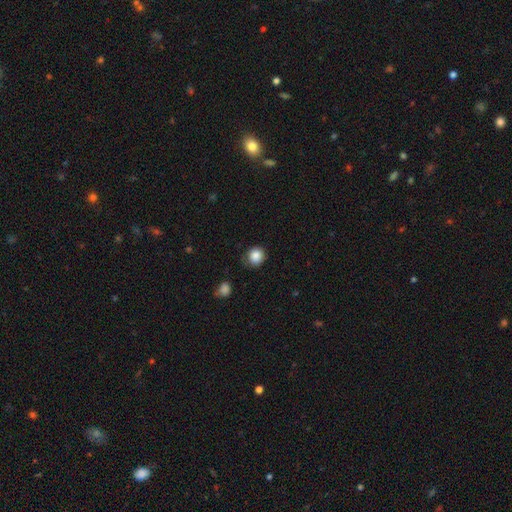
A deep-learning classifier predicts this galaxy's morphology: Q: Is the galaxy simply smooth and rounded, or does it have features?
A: smooth — 86%.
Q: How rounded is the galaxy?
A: round — 87%.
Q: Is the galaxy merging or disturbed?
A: none — 75%.